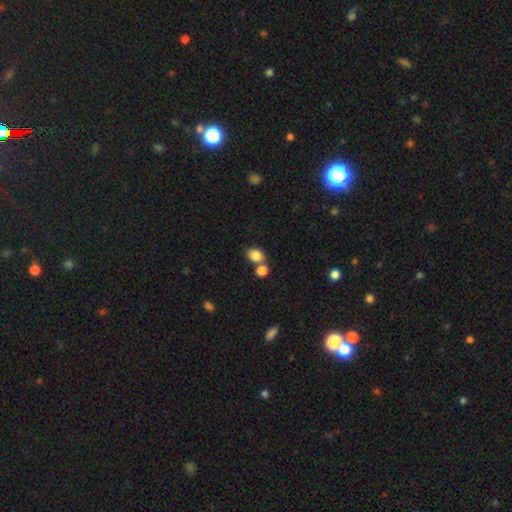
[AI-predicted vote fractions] Overall: smooth (84%). How rounded: in between (58%; round 41%). Merging: none (56%; merger 30%).